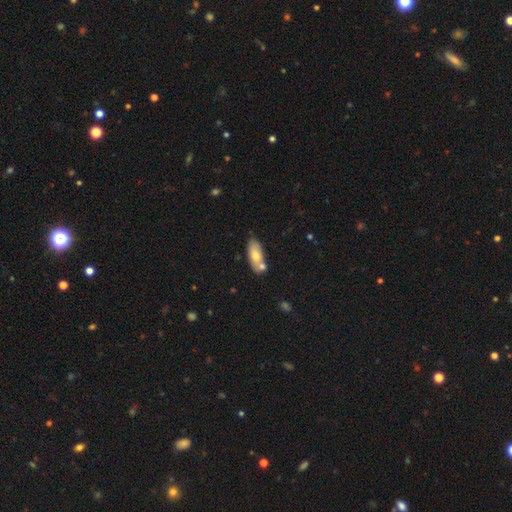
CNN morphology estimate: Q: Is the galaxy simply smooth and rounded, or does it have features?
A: smooth — 68%.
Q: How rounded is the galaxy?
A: in between — 80%.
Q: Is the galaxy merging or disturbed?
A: none — 58%.